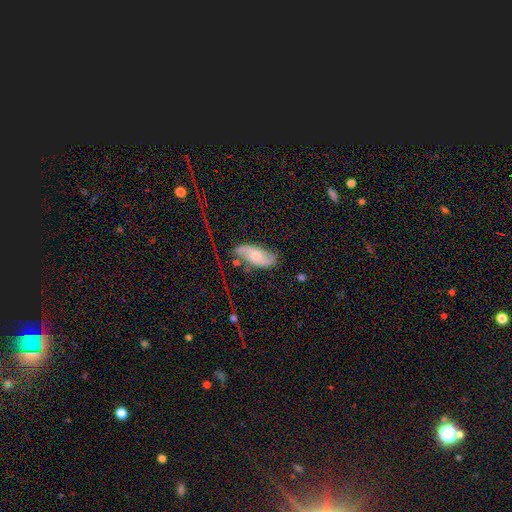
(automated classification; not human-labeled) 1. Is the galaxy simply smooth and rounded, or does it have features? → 57% featured or disk, 36% smooth, 7% star or artifact.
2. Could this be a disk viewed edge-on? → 92% no, 8% yes.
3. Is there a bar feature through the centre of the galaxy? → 62% no, 29% weak, 9% strong.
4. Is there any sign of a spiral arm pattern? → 88% yes, 12% no.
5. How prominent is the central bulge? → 45% small, 40% moderate, 9% none, 5% large, 2% dominant.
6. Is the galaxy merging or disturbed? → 57% none, 22% minor disturbance, 15% major disturbance, 6% merger.